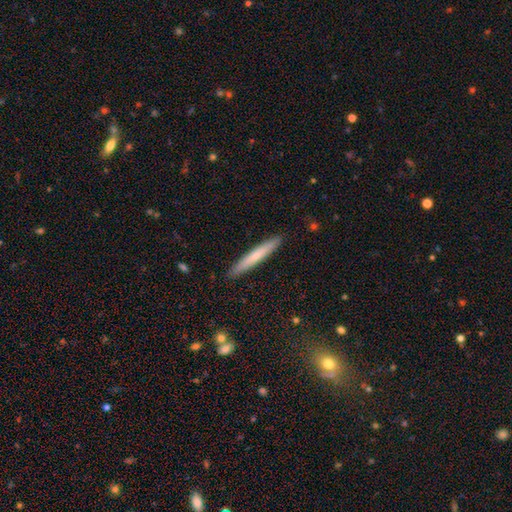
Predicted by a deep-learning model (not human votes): smooth_or_featured: smooth (p=0.61) [alt: featured or disk p=0.34]
how_rounded: cigar-shaped (p=0.96) [alt: in between p=0.03]
merging: none (p=0.91) [alt: minor disturbance p=0.06]